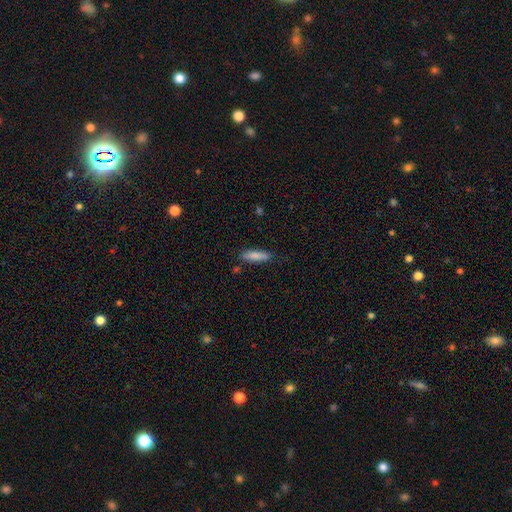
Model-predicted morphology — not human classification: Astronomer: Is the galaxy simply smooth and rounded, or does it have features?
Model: smooth — 83%.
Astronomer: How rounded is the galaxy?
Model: cigar-shaped — 64%.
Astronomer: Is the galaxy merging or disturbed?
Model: none — 80%.